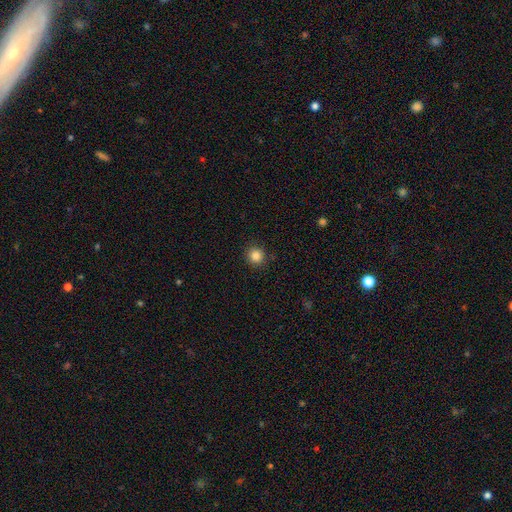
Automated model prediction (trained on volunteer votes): Smooth or featured? Predicted: smooth (p=0.85). How rounded? Predicted: round (p=0.93). Merging? Predicted: none (p=0.90).